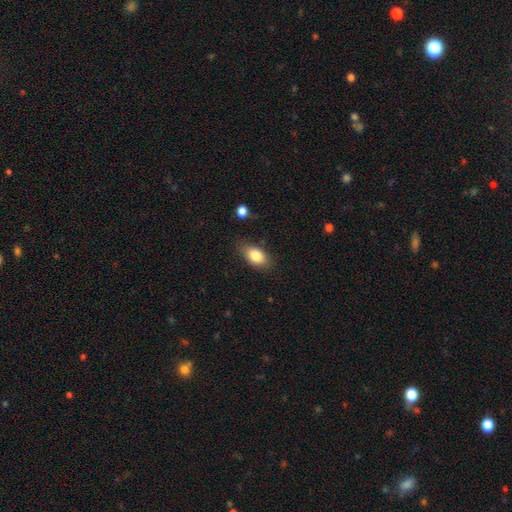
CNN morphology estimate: A smooth galaxy with no disk features (83%) that is in between round and cigar-shaped (89%).

Vote fractions:
- Smooth or featured? smooth: 83% / featured or disk: 9% / star or artifact: 8%
- How rounded? in between: 89% / round: 8% / cigar-shaped: 3%
- Merging? none: 76% / minor disturbance: 18% / major disturbance: 4% / merger: 2%